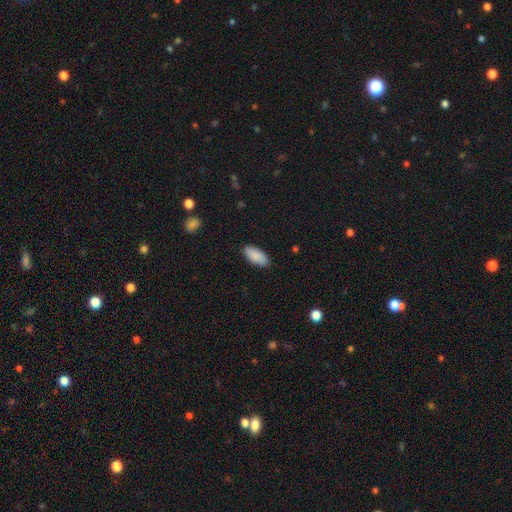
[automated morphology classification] A smooth galaxy with no disk features (89%) that is in between round and cigar-shaped (88%).

Vote fractions:
- Smooth or featured? smooth: 89% / star or artifact: 6% / featured or disk: 6%
- How rounded? in between: 88% / cigar-shaped: 10% / round: 2%
- Merging? none: 88% / minor disturbance: 9% / major disturbance: 2% / merger: 1%